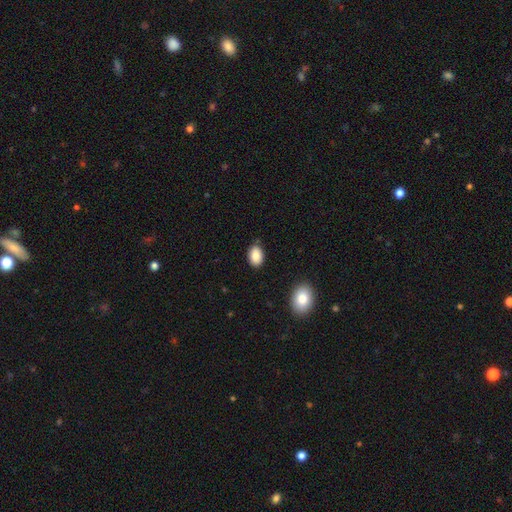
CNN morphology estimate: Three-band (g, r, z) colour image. It shows a smooth galaxy with no disk features (86%) that is in between round and cigar-shaped (83%). Merging: none (84%).